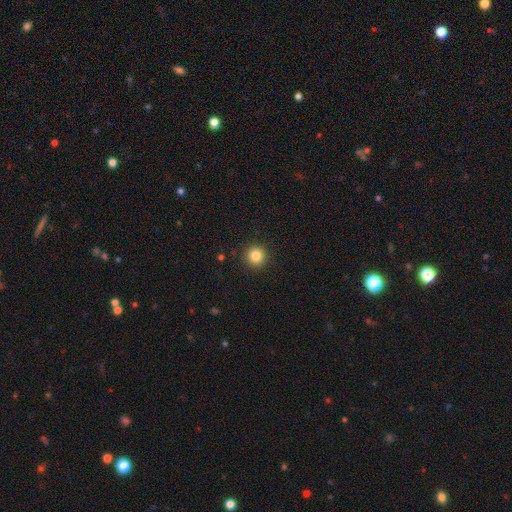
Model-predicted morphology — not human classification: The model was most divided on "smooth or featured": smooth: 84%, star or artifact: 11%, featured or disk: 5%. More confident: how rounded — round (95%); merging — none (92%).